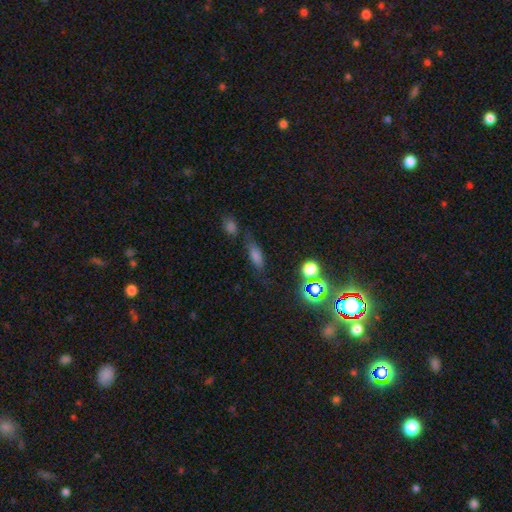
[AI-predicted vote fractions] Morphology: type=smooth (57%); roundness=in between (52%); merging=none (63%).